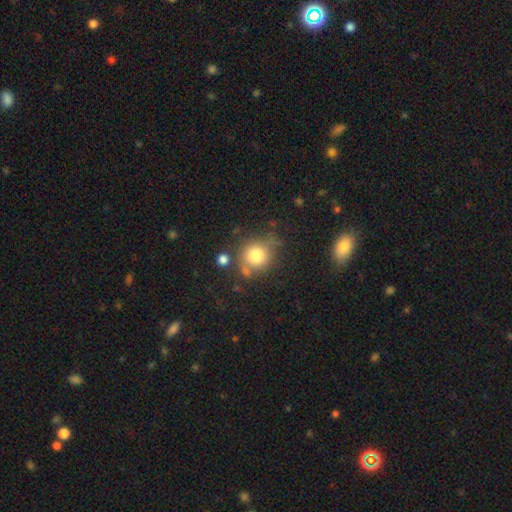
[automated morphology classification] Smooth or featured? smooth (79%)
How rounded? round (84%)
Merging? none (64%)